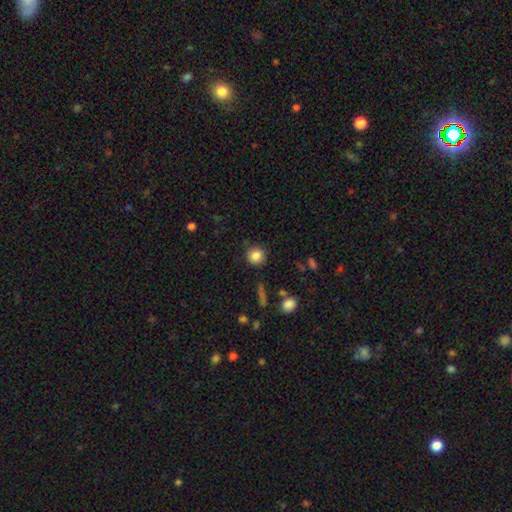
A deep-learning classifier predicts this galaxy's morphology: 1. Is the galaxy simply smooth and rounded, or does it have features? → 84% smooth, 10% star or artifact, 6% featured or disk.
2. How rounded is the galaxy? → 91% round, 7% in between, 1% cigar-shaped.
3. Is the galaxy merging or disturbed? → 87% none, 8% minor disturbance, 3% major disturbance, 2% merger.